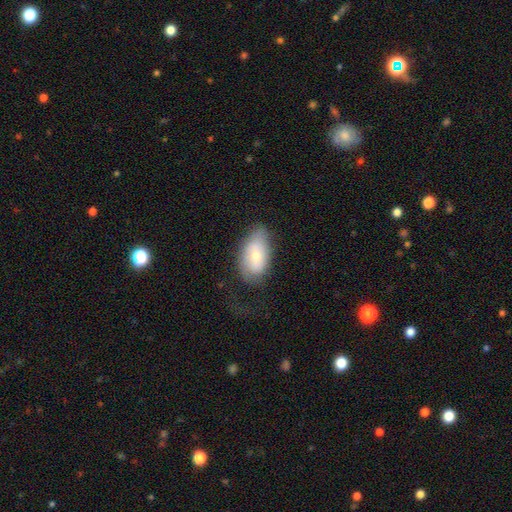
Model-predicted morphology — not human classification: Smooth or featured: smooth — 59% (featured or disk — 33%)
How rounded: in between — 93% (round — 5%)
Merging: none — 50% (minor disturbance — 29%)